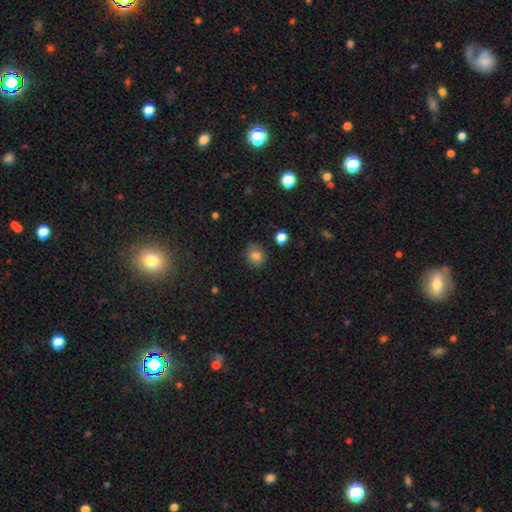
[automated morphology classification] A smooth galaxy with no disk features (81%) that is round (70%).

Vote fractions:
- Smooth or featured? smooth: 81% / star or artifact: 11% / featured or disk: 8%
- How rounded? round: 70% / in between: 29% / cigar-shaped: 1%
- Merging? none: 81% / minor disturbance: 14% / major disturbance: 3% / merger: 2%